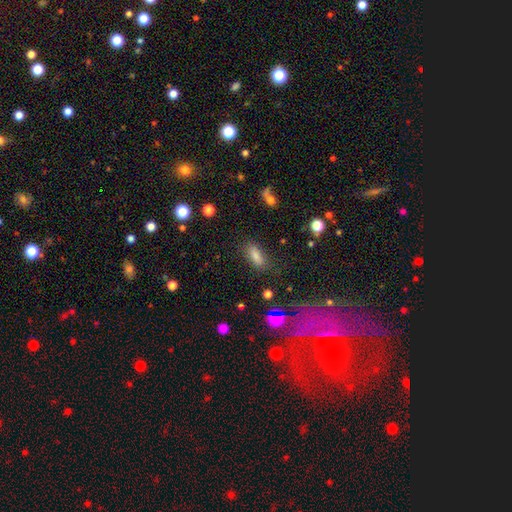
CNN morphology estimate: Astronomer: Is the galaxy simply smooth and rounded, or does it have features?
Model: smooth — 78%.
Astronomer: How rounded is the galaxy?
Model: in between — 71%.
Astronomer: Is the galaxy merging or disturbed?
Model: none — 79%.